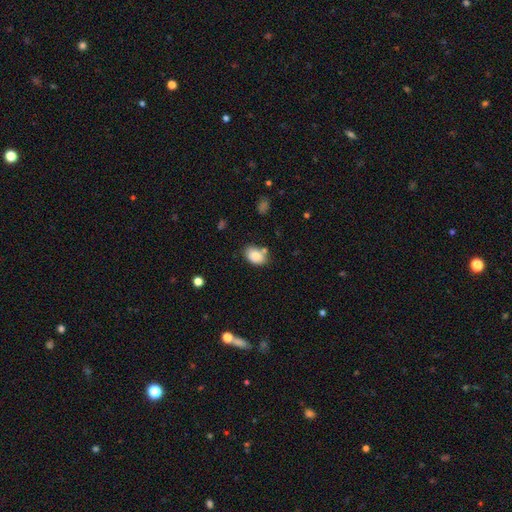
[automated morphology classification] smooth 83%, featured or disk 9%, star or artifact 8%. Down the decision tree: how rounded — in between (85%); merging — none (66%).